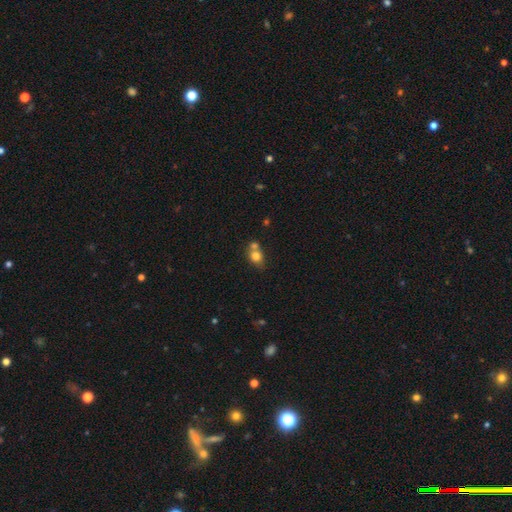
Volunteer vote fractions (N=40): A smooth galaxy with no disk features (78%) that is round (52%). Merging: merger (69%).